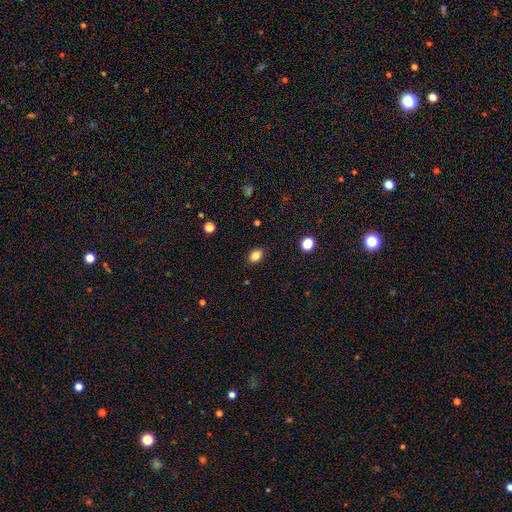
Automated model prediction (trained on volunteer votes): This appears to be a smooth galaxy with no disk features (84%) that is in between round and cigar-shaped (75%). Merging: none (88%).